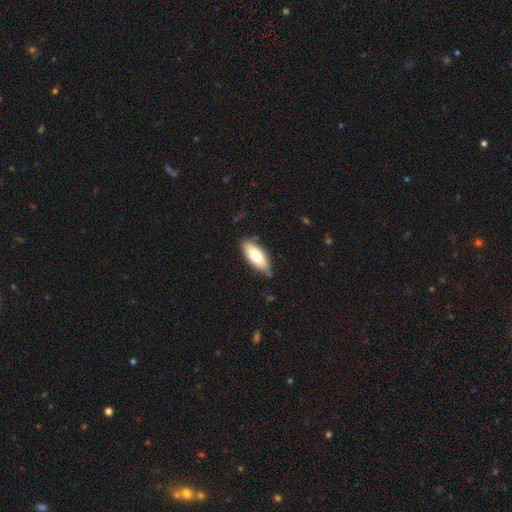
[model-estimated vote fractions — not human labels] Q: Smooth or featured?
A: smooth (73%); runner-up: featured or disk (21%)
Q: How rounded?
A: in between (81%); runner-up: cigar-shaped (17%)
Q: Merging?
A: none (80%); runner-up: minor disturbance (15%)